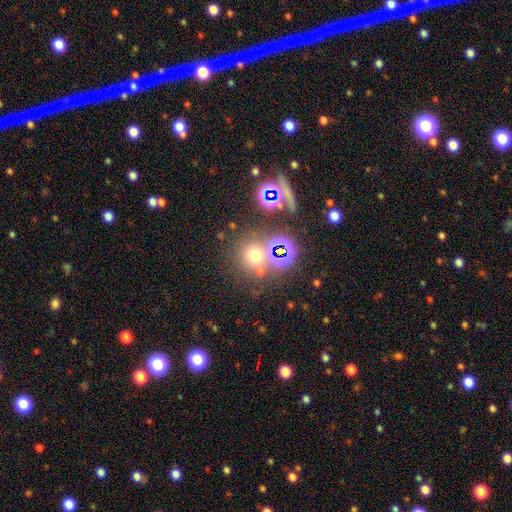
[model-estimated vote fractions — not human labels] The model was most divided on "smooth or featured": smooth: 56%, star or artifact: 34%, featured or disk: 11%. More confident: how rounded — round (89%); merging — none (67%).